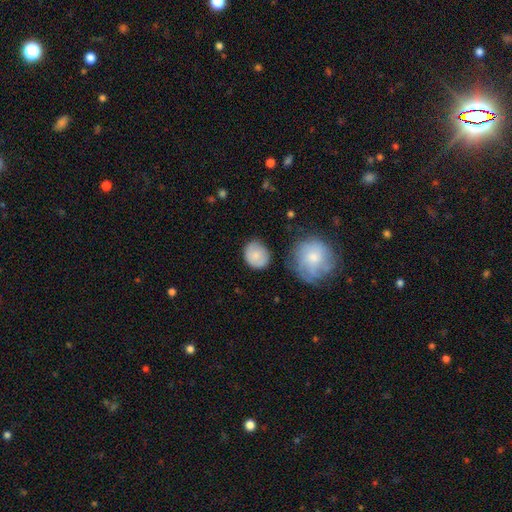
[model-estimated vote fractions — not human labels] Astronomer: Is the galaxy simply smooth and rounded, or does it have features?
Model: smooth — 76%.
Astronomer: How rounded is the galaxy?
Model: round — 68%.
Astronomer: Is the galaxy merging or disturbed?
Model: none — 69%.